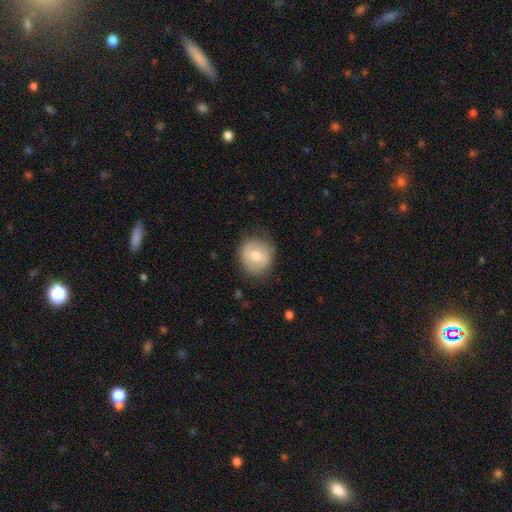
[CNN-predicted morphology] Smooth or featured: smooth — 62% (featured or disk — 31%)
How rounded: round — 84% (in between — 15%)
Merging: none — 80% (minor disturbance — 15%)